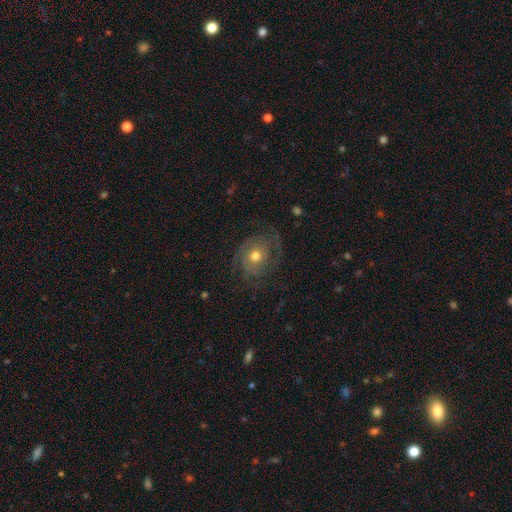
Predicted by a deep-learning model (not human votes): Smooth or featured? featured or disk (67%)
Edge-on disk? no (97%)
Bar? no (83%)
Spiral arms? yes (83%)
Spiral winding? tight (47%)
Spiral arm count? 2 (37%)
Bulge size? moderate (73%)
Merging? none (63%)